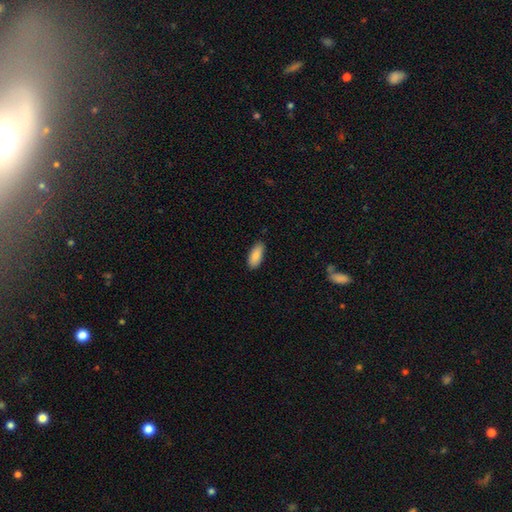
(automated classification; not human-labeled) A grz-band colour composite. It shows a smooth galaxy with no disk features (88%) that is in between round and cigar-shaped (85%). Merging: none (86%).